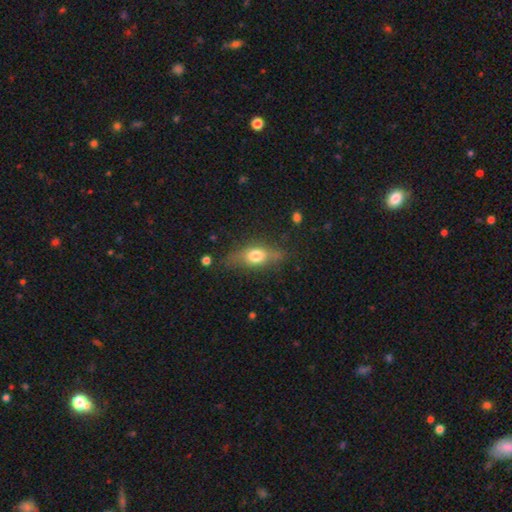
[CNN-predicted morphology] smooth-or-featured: smooth: 57% | featured or disk: 34% | star or artifact: 9%
  how-rounded: in between: 61% | cigar-shaped: 27% | round: 12%
  merging: none: 71% | minor disturbance: 20% | major disturbance: 7% | merger: 2%